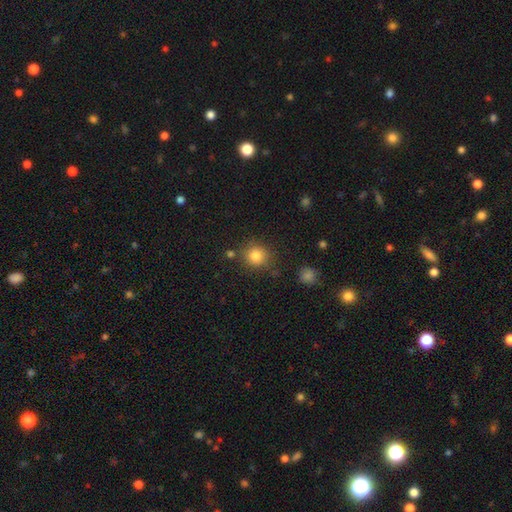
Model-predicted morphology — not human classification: smooth 83%, star or artifact 11%, featured or disk 6%. Down the decision tree: how rounded — round (89%); merging — none (80%).